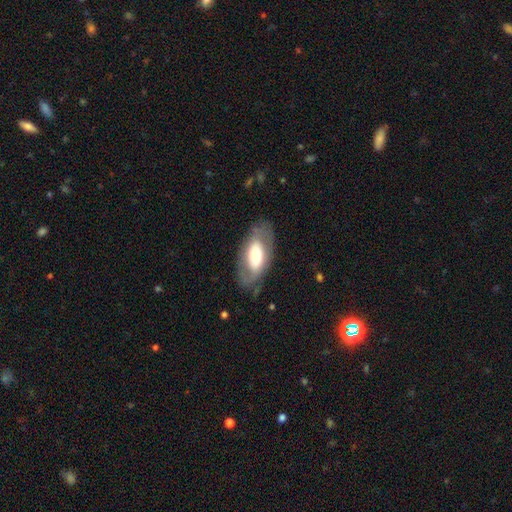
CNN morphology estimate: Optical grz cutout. It shows a smooth galaxy with no disk features (52%) that is in between round and cigar-shaped (92%). Merging: none (72%).